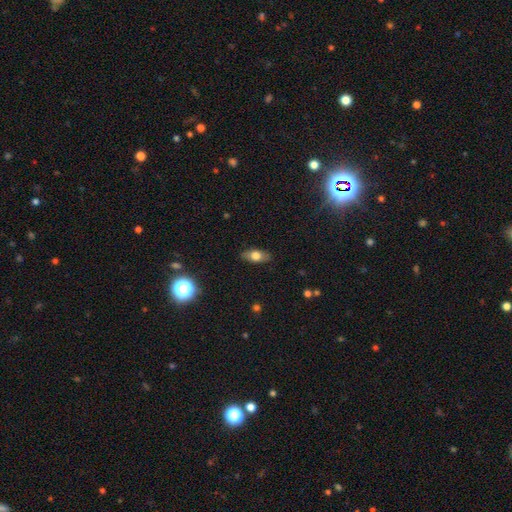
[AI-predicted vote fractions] Smooth or featured: smooth — 69% (featured or disk — 23%)
How rounded: in between — 82% (cigar-shaped — 12%)
Merging: none — 86% (minor disturbance — 11%)